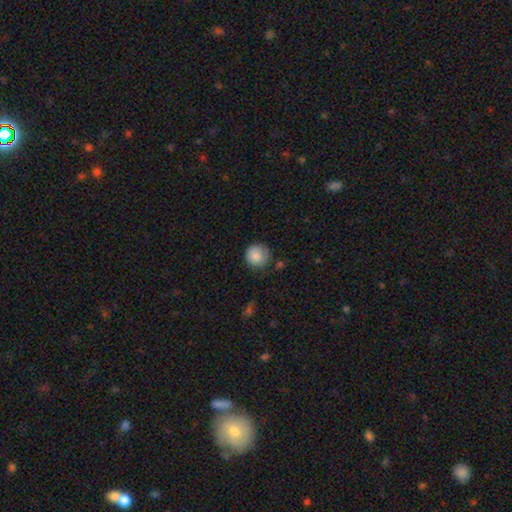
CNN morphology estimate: Smooth or featured: smooth — 86% (star or artifact — 7%)
How rounded: round — 93% (in between — 6%)
Merging: none — 76% (minor disturbance — 17%)